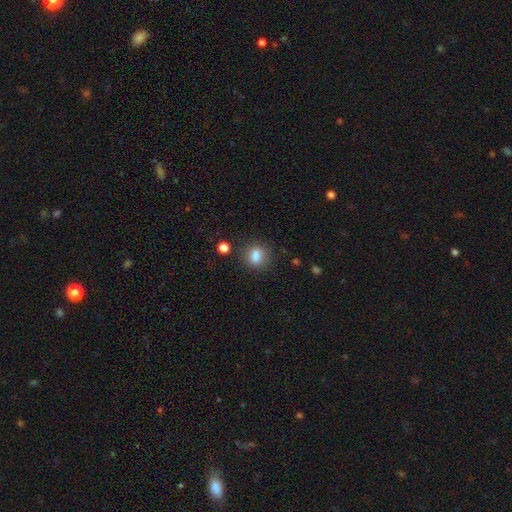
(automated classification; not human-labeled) A smooth galaxy with no disk features (83%) that is round (50%).

Vote fractions:
- Smooth or featured? smooth: 83% / star or artifact: 10% / featured or disk: 7%
- How rounded? round: 50% / in between: 48% / cigar-shaped: 3%
- Merging? none: 76% / minor disturbance: 13% / merger: 7% / major disturbance: 4%